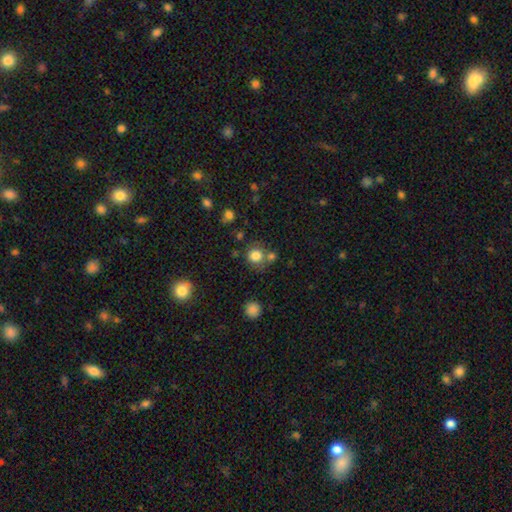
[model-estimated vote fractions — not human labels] Q: Smooth or featured?
A: smooth (80%); runner-up: star or artifact (12%)
Q: How rounded?
A: round (89%); runner-up: in between (10%)
Q: Merging?
A: none (66%); runner-up: merger (18%)